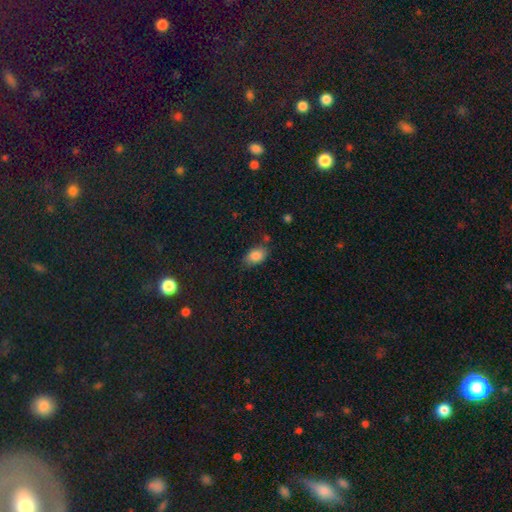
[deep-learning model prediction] Q: Smooth or featured?
A: smooth (84%); runner-up: star or artifact (9%)
Q: How rounded?
A: in between (87%); runner-up: round (11%)
Q: Merging?
A: none (68%); runner-up: minor disturbance (22%)